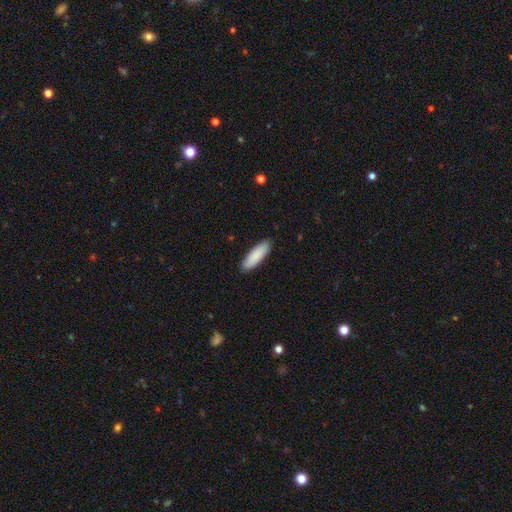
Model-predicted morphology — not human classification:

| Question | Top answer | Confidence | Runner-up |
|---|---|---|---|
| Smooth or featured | smooth | 89% | featured or disk (6%) |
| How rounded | in between | 49% | tied: cigar-shaped (49%) |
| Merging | none | 90% | minor disturbance (8%) |